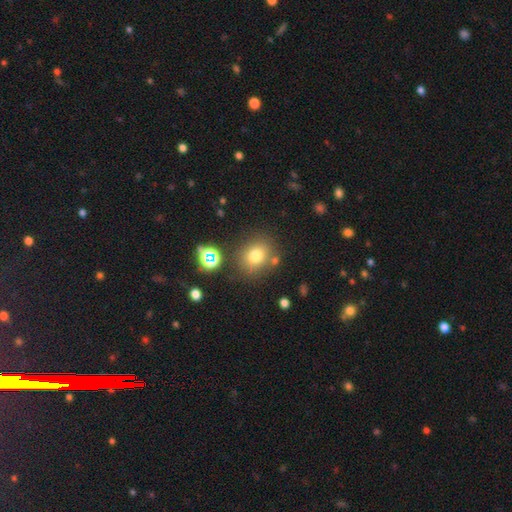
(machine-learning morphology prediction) smooth_or_featured: smooth (p=0.73) [alt: star or artifact p=0.16]
how_rounded: round (p=0.72) [alt: in between p=0.27]
merging: none (p=0.76) [alt: minor disturbance p=0.12]